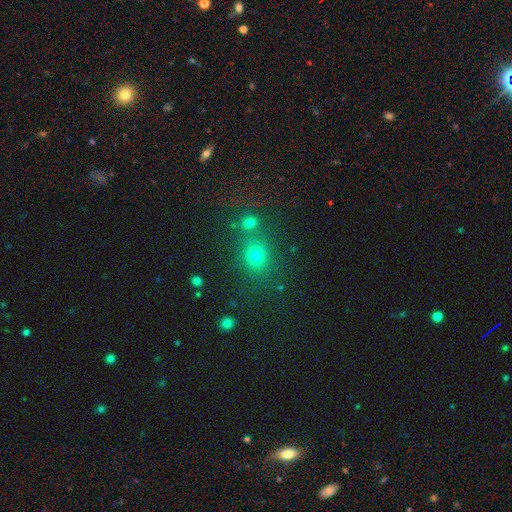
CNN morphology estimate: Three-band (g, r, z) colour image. It shows a smooth galaxy with no disk features (69%) that is round (75%). Merging: none (68%).